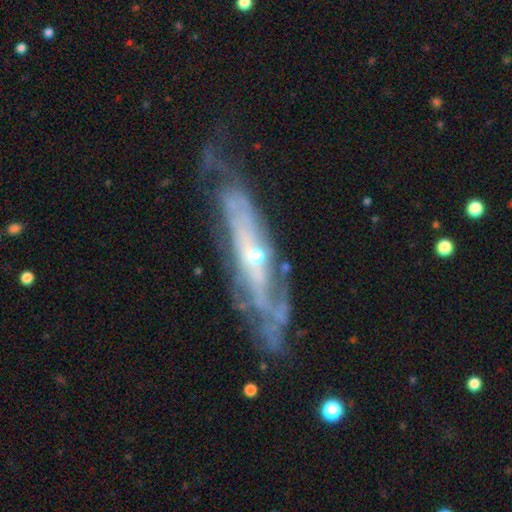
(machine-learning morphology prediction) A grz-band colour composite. It shows a featured or disk galaxy (81%) with no bar (72%), spiral arms (78%) and a small central bulge (69%). Merging: none (54%).